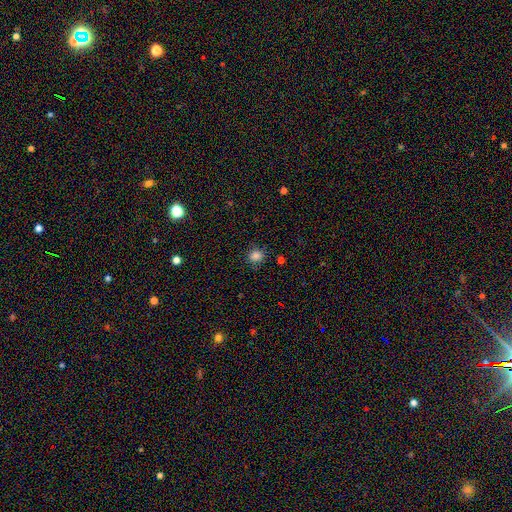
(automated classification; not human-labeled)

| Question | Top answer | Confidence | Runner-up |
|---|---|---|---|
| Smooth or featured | smooth | 83% | star or artifact (13%) |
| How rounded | round | 83% | in between (16%) |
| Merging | none | 83% | minor disturbance (12%) |